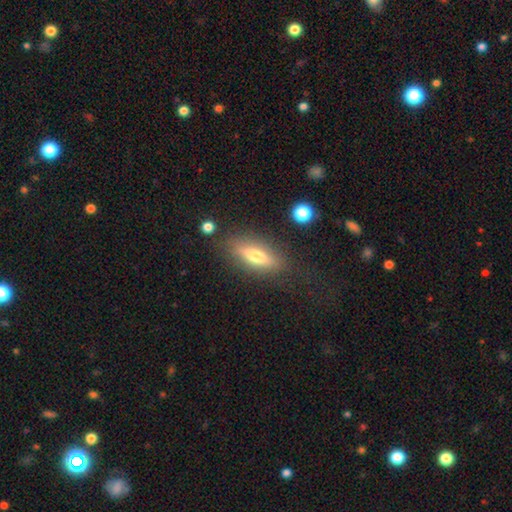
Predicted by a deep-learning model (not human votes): smooth_or_featured: smooth (p=0.58) [alt: featured or disk p=0.34]
how_rounded: in between (p=0.52) [alt: cigar-shaped p=0.45]
merging: none (p=0.81) [alt: minor disturbance p=0.12]